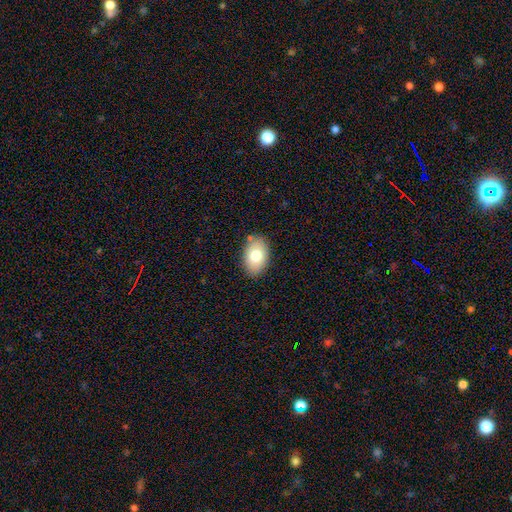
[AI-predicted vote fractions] This appears to be a smooth galaxy with no disk features (76%) that is in between round and cigar-shaped (87%). Merging: none (84%).